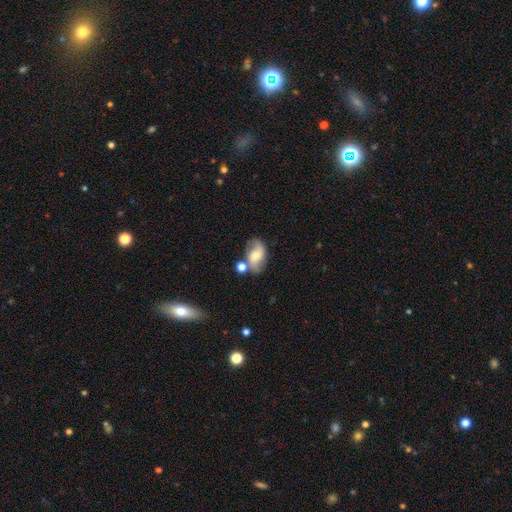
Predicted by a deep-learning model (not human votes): smooth_or_featured: featured or disk (p=0.54) [alt: smooth p=0.37]
disk_edge_on: no (p=0.95) [alt: yes p=0.05]
bar: no (p=0.55) [alt: weak p=0.35]
has_spiral_arms: yes (p=0.82) [alt: no p=0.18]
bulge_size: moderate (p=0.56) [alt: small p=0.28]
merging: none (p=0.58) [alt: minor disturbance p=0.19]